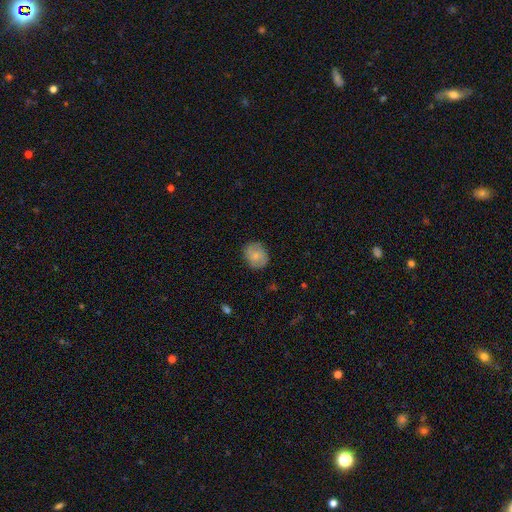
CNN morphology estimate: A smooth galaxy with no disk features (72%) that is round (66%).

Vote fractions:
- Smooth or featured? smooth: 72% / featured or disk: 20% / star or artifact: 7%
- How rounded? round: 66% / in between: 33% / cigar-shaped: 1%
- Merging? none: 82% / minor disturbance: 14% / major disturbance: 3% / merger: 1%